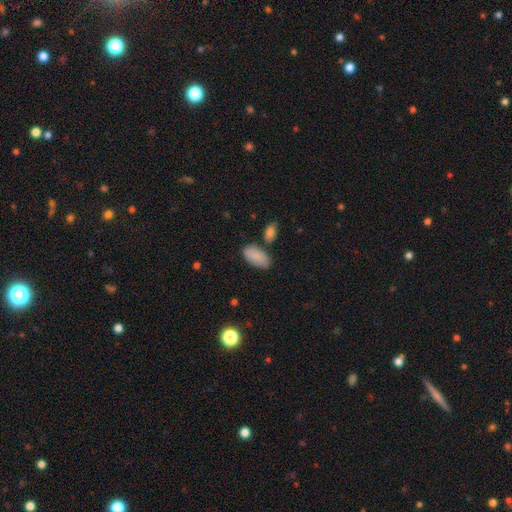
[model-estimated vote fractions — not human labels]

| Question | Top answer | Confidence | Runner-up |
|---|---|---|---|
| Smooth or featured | smooth | 87% | featured or disk (7%) |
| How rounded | in between | 94% | cigar-shaped (3%) |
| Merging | none | 70% | minor disturbance (16%) |